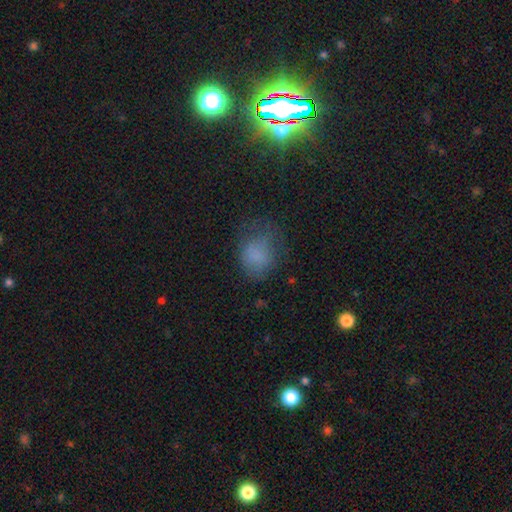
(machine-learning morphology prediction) Overall: smooth (73%). How rounded: in between (50%; round 49%). Merging: none (46%; minor disturbance 27%).